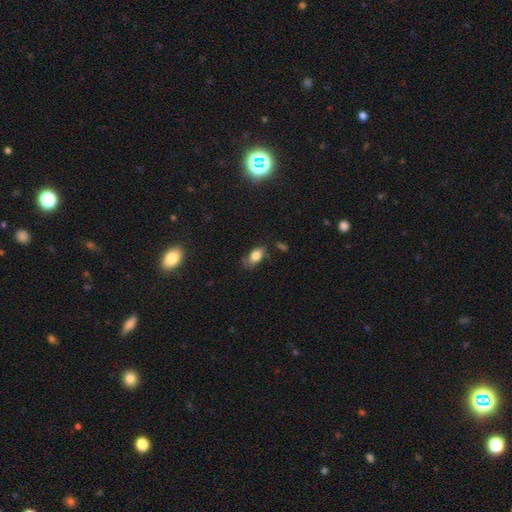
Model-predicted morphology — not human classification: Smooth or featured: smooth — 75% (featured or disk — 16%)
How rounded: in between — 88% (round — 7%)
Merging: none — 59% (minor disturbance — 28%)